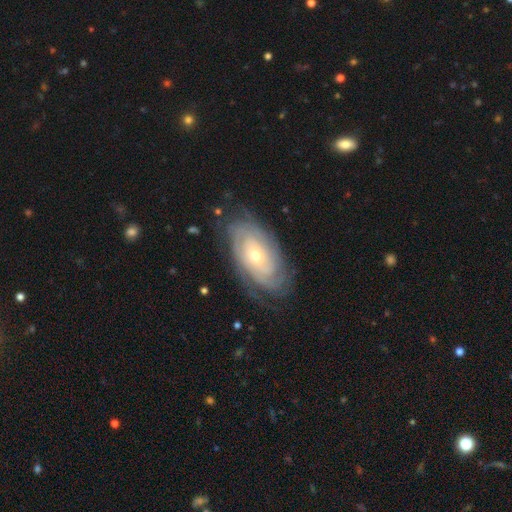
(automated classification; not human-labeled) A featured or disk galaxy (82%) with no bar (77%), tight (79%) spiral arms (93%) and a small central bulge (51%).

Vote fractions:
- Smooth or featured? featured or disk: 82% / smooth: 12% / star or artifact: 6%
- Edge-on disk? no: 94% / yes: 6%
- Bar? no: 77% / weak: 18% / strong: 5%
- Spiral arms? yes: 93% / no: 7%
- Spiral winding? tight: 79% / medium: 16% / loose: 5%
- Spiral arm count? can't tell: 47% / 2: 16% / 3: 13% / 4: 12% / more than 4: 7% / 1: 5%
- Bulge size? small: 51% / moderate: 45% / large: 2% / dominant: 1% / none: 1%
- Merging? none: 76% / minor disturbance: 17% / major disturbance: 6% / merger: 1%